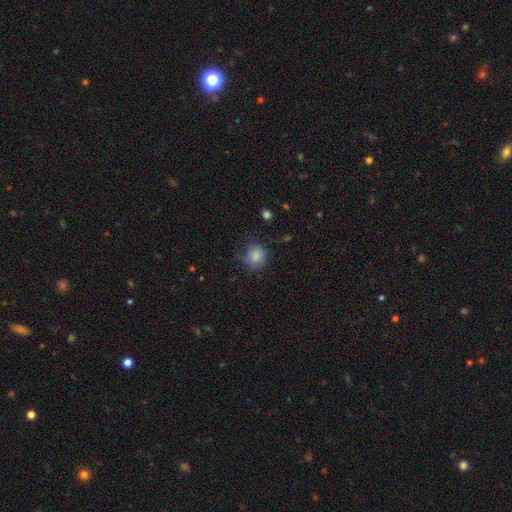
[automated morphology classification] Smooth or featured?
  - smooth: 81% *
  - featured or disk: 10%
  - star or artifact: 10%
How rounded?
  - round: 79% *
  - in between: 20%
  - cigar-shaped: 1%
Merging?
  - none: 61% *
  - minor disturbance: 25%
  - major disturbance: 12%
  - merger: 2%